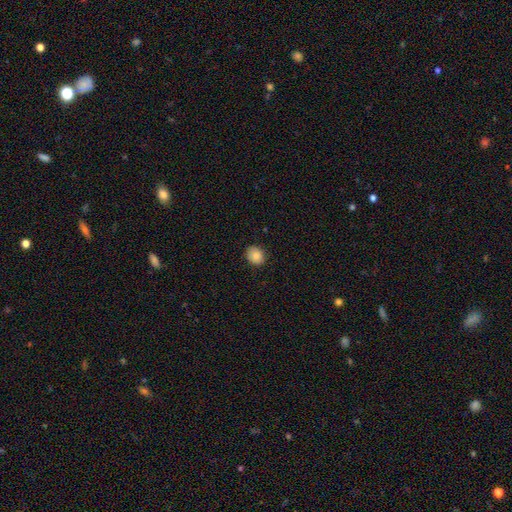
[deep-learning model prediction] Smooth or featured? Predicted: smooth (p=0.86). How rounded? Predicted: round (p=0.61). Merging? Predicted: none (p=0.86).